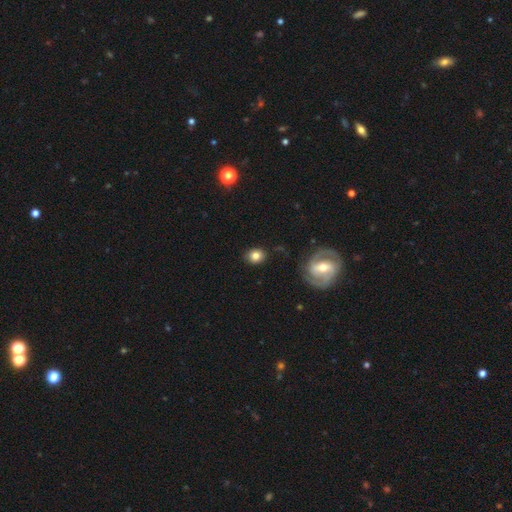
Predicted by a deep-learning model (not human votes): Morphology: type=smooth (79%); roundness=round (69%); merging=none (85%).